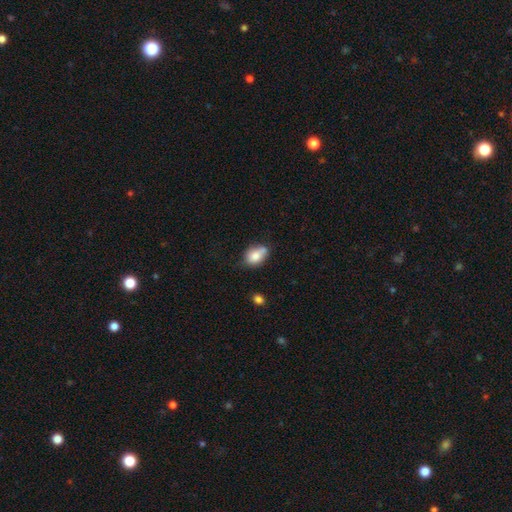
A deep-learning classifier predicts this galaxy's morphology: Smooth or featured?
  - smooth: 79% *
  - featured or disk: 13%
  - star or artifact: 9%
How rounded?
  - in between: 74% *
  - round: 25%
  - cigar-shaped: 2%
Merging?
  - none: 45% *
  - minor disturbance: 29%
  - merger: 18%
  - major disturbance: 7%